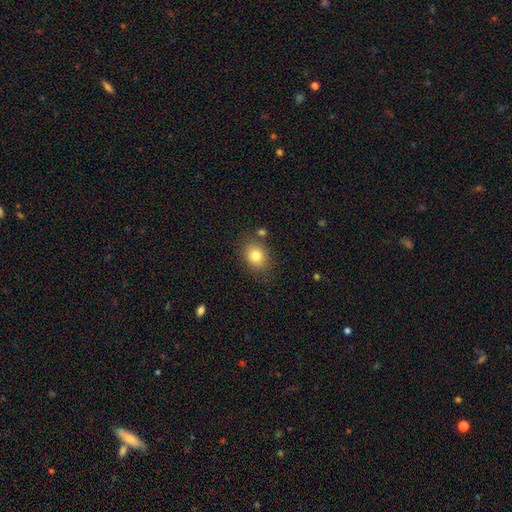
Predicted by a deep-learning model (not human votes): Smooth or featured? Predicted: smooth (p=0.81). How rounded? Predicted: in between (p=0.56). Merging? Predicted: none (p=0.76).